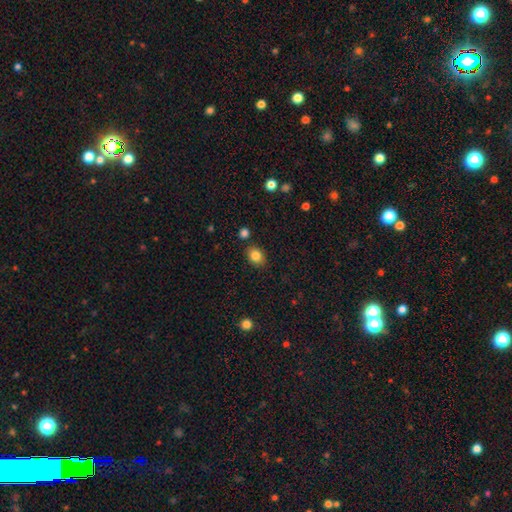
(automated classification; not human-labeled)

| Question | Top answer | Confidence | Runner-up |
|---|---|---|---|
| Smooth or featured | smooth | 84% | star or artifact (10%) |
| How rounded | in between | 57% | round (42%) |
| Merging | none | 82% | minor disturbance (11%) |